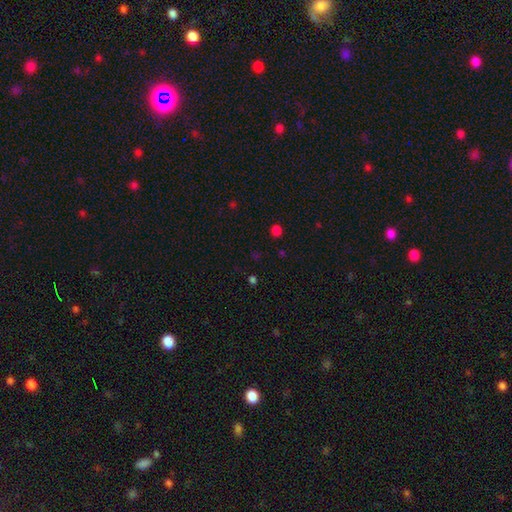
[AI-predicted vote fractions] A smooth galaxy with no disk features (50%).

Vote fractions:
- Smooth or featured? smooth: 50% / star or artifact: 44% / featured or disk: 6%
- Merging? none: 83% / minor disturbance: 9% / major disturbance: 4% / merger: 3%